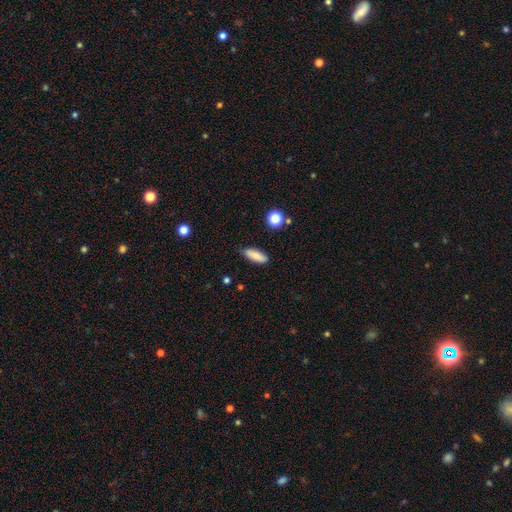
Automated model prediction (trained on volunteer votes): A smooth galaxy with no disk features (80%) that is in between round and cigar-shaped (64%). Merging: none (84%).